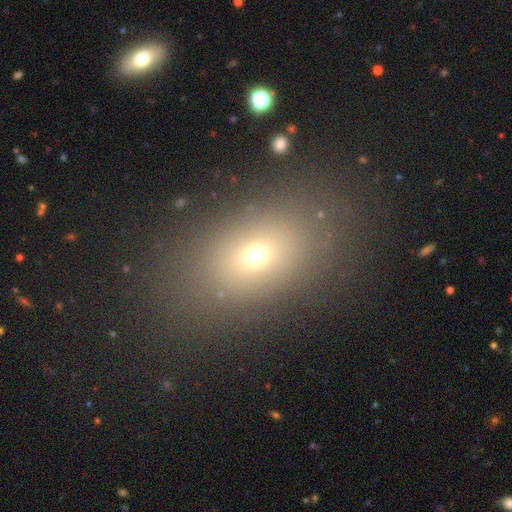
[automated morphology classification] A smooth galaxy with no disk features (65%) that is in between round and cigar-shaped (74%). Merging: none (82%).